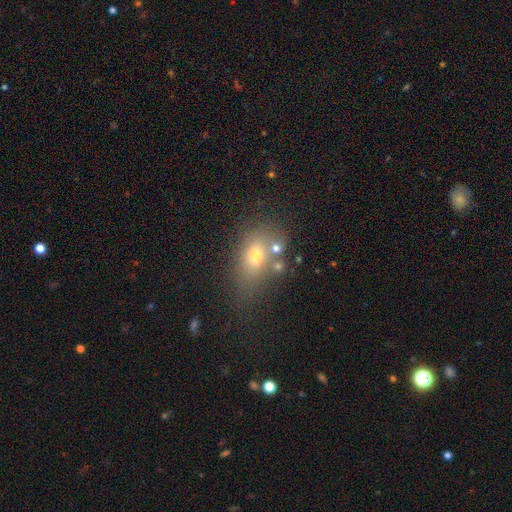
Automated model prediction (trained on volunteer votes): A smooth galaxy with no disk features (65%) that is in between round and cigar-shaped (73%).

Vote fractions:
- Smooth or featured? smooth: 65% / featured or disk: 19% / star or artifact: 15%
- How rounded? in between: 73% / round: 22% / cigar-shaped: 5%
- Merging? none: 56% / minor disturbance: 18% / merger: 17% / major disturbance: 9%